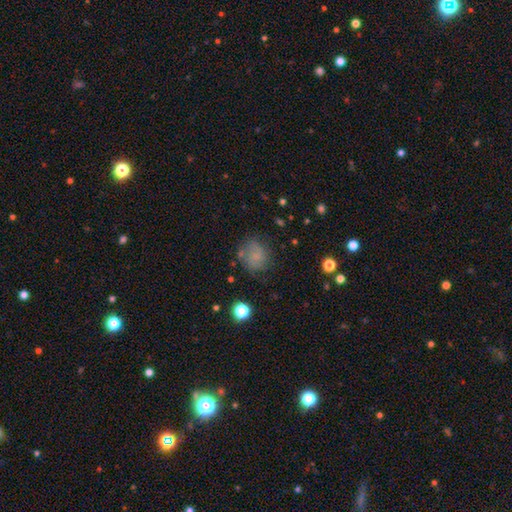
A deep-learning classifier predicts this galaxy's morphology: This appears to be a smooth galaxy with no disk features (69%) that is round (74%). Merging: none (62%).